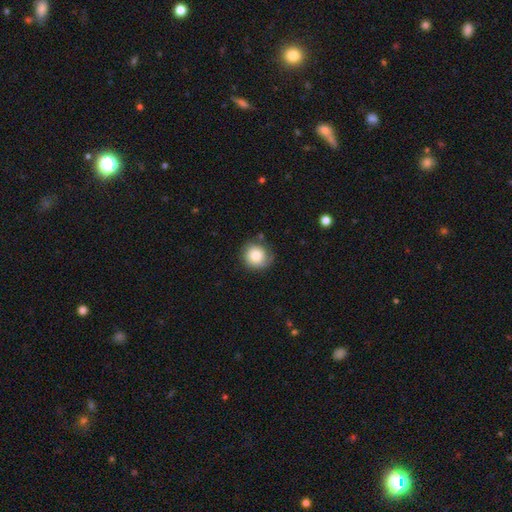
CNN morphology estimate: smooth-or-featured: smooth: 77% | featured or disk: 14% | star or artifact: 8%
  how-rounded: round: 90% | in between: 9% | cigar-shaped: 1%
  merging: none: 74% | minor disturbance: 19% | major disturbance: 5% | merger: 2%